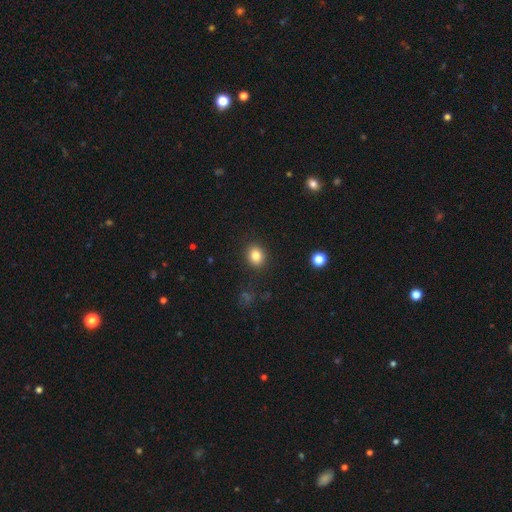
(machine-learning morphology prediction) Overall: smooth (83%). How rounded: round (65%; in between 35%). Merging: none (89%).